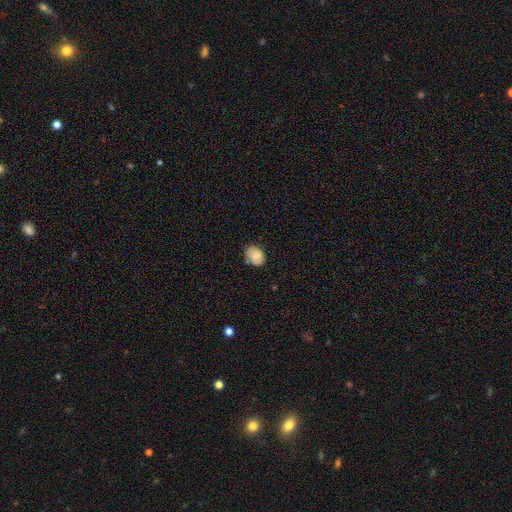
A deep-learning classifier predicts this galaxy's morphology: smooth_or_featured: smooth (p=0.78) [alt: featured or disk p=0.14]
how_rounded: in between (p=0.69) [alt: round p=0.30]
merging: none (p=0.70) [alt: minor disturbance p=0.23]